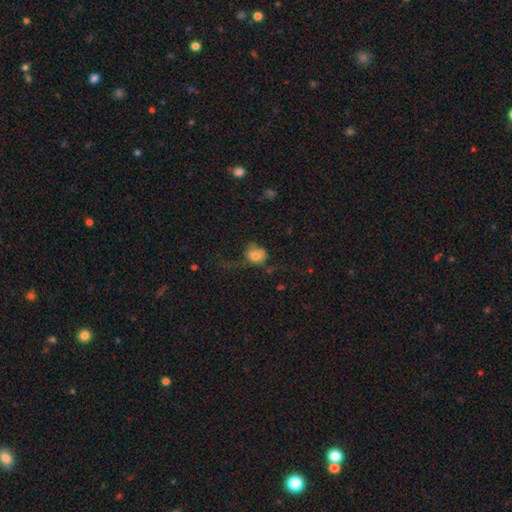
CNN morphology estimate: smooth 71%, featured or disk 19%, star or artifact 10%. Down the decision tree: how rounded — round (56%); merging — major disturbance (46%).